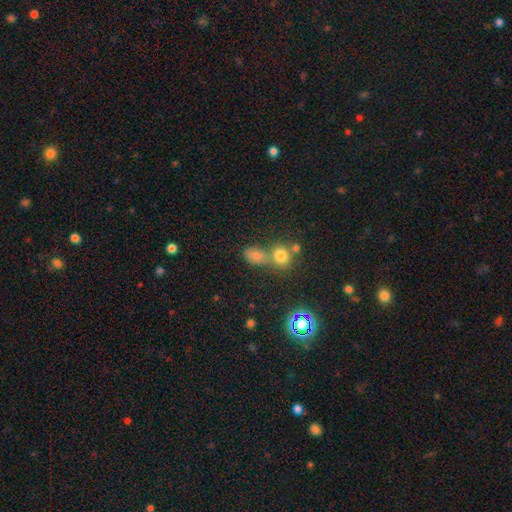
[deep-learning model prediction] smooth-or-featured: smooth: 71% | star or artifact: 20% | featured or disk: 9%
  how-rounded: in between: 61% | round: 37% | cigar-shaped: 3%
  merging: merger: 42% | none: 41% | minor disturbance: 11% | major disturbance: 6%